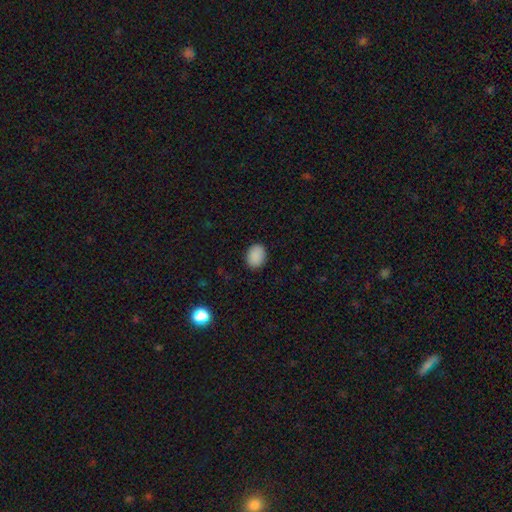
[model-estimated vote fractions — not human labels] Smooth or featured: smooth — 89% (star or artifact — 8%)
How rounded: in between — 63% (round — 36%)
Merging: none — 88% (minor disturbance — 8%)